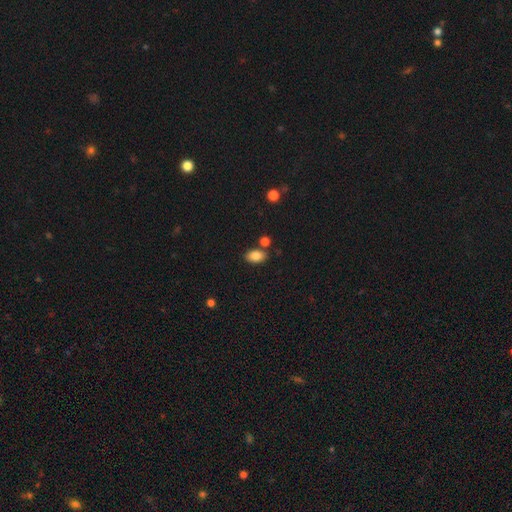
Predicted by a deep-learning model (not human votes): This appears to be a smooth galaxy with no disk features (86%) that is in between round and cigar-shaped (88%). Merging: none (75%).